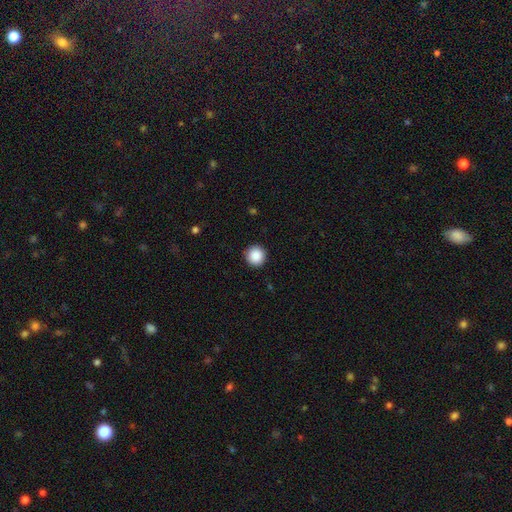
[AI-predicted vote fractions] This is clearly a smooth galaxy (88%). How rounded: clearly round (95%). Merging: clearly none (92%).